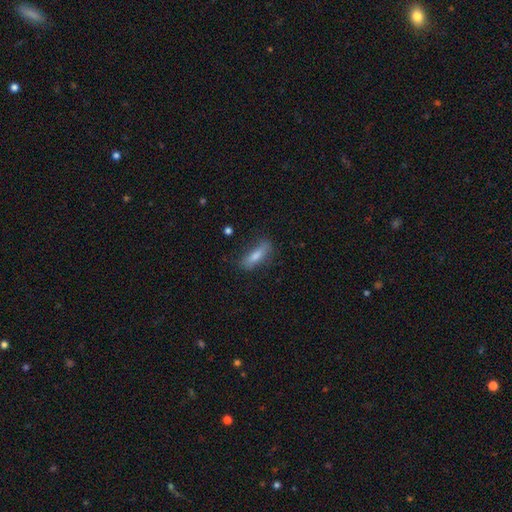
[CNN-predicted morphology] A smooth galaxy with no disk features (66%) that is cigar-shaped (62%). Merging: none (75%).